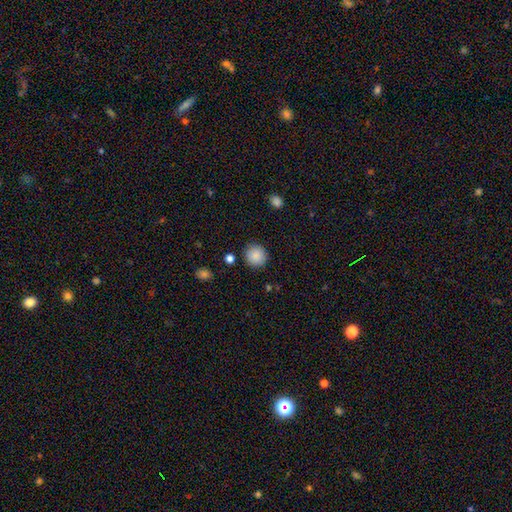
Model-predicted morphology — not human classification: A smooth galaxy with no disk features (88%) that is round (93%).

Vote fractions:
- Smooth or featured? smooth: 88% / star or artifact: 8% / featured or disk: 4%
- How rounded? round: 93% / in between: 6% / cigar-shaped: 1%
- Merging? none: 90% / minor disturbance: 6% / major disturbance: 2% / merger: 2%